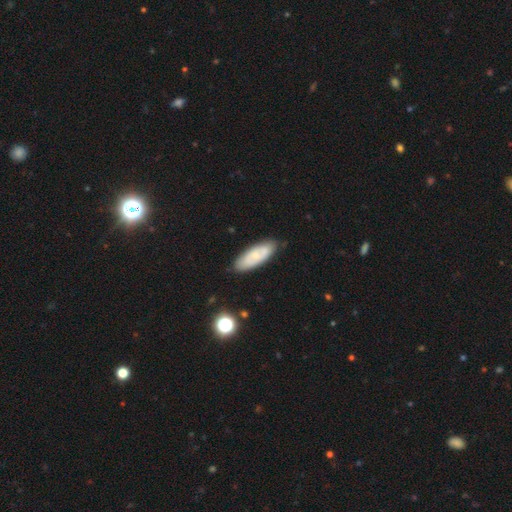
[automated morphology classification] Smooth or featured?
  - smooth: 55% *
  - featured or disk: 39%
  - star or artifact: 7%
How rounded?
  - in between: 72% *
  - cigar-shaped: 26%
  - round: 2%
Merging?
  - none: 80% *
  - minor disturbance: 15%
  - major disturbance: 3%
  - merger: 2%